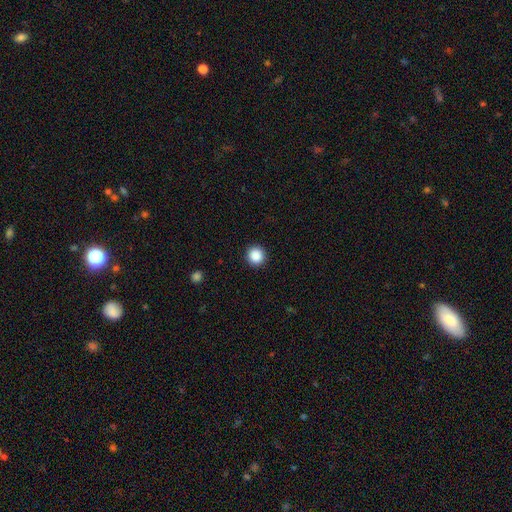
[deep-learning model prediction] The model was most divided on "smooth or featured": smooth: 88%, star or artifact: 9%, featured or disk: 3%. More confident: how rounded — round (95%); merging — none (93%).